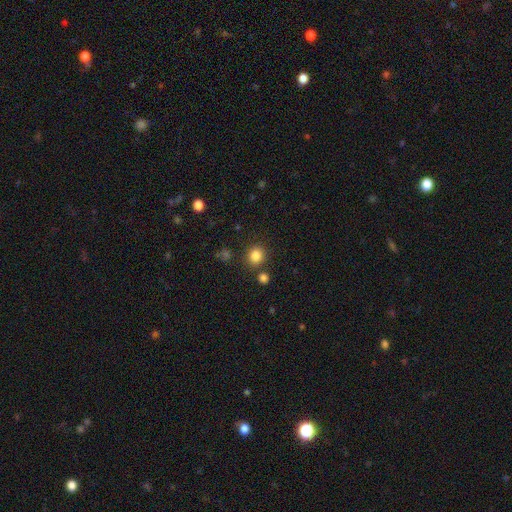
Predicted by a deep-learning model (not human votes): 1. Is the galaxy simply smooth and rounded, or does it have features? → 83% smooth, 12% star or artifact, 4% featured or disk.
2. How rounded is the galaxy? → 85% round, 14% in between, 1% cigar-shaped.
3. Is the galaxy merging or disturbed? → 84% none, 7% minor disturbance, 6% merger, 3% major disturbance.